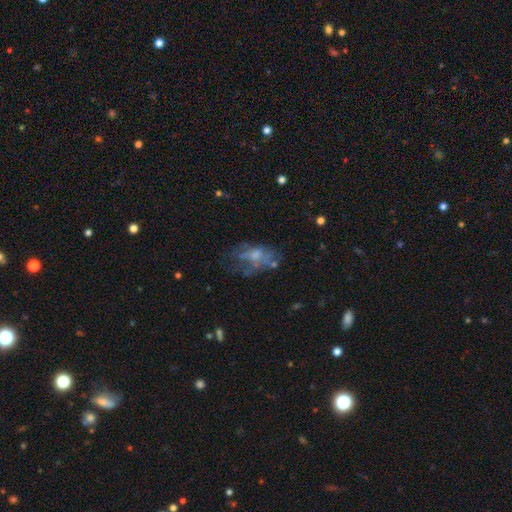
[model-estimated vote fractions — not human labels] Smooth or featured? featured or disk (50%)
Edge-on disk? no (95%)
Merging? none (36%)